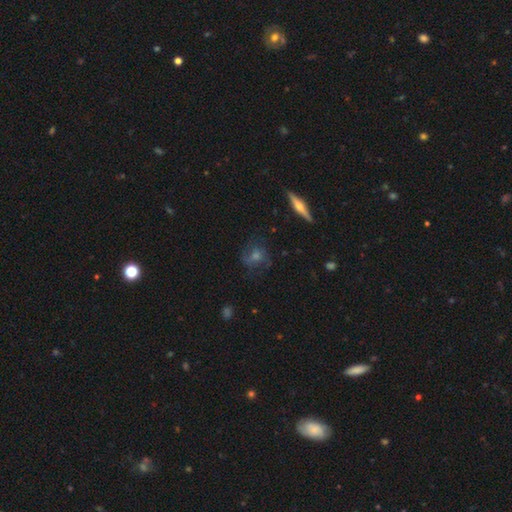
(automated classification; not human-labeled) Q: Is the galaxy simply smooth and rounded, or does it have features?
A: featured or disk — 61%.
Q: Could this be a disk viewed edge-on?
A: no — 78%.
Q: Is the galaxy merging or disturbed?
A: none — 73%.